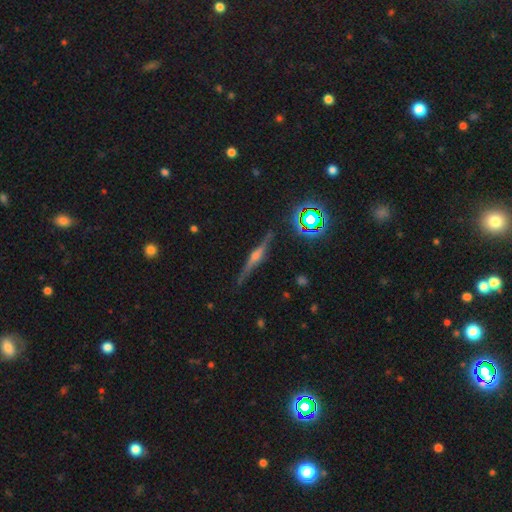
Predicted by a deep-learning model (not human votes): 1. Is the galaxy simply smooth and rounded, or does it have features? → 72% featured or disk, 14% star or artifact, 14% smooth.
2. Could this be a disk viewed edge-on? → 96% yes, 4% no.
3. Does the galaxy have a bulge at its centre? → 85% rounded, 10% boxy, 6% none.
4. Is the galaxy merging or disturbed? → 85% none, 11% minor disturbance, 2% major disturbance, 2% merger.